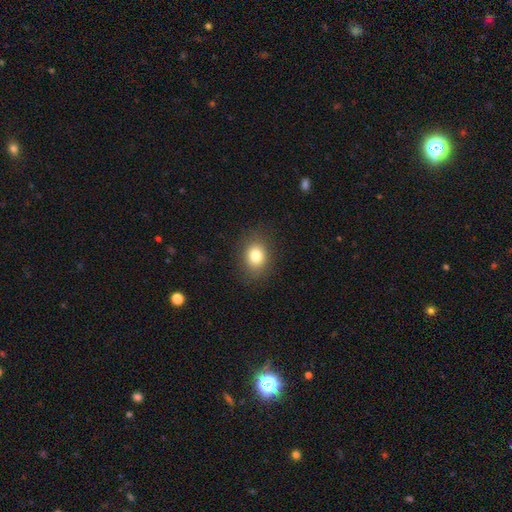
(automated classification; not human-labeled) Overall: smooth (81%). How rounded: in between (51%; round 48%). Merging: none (86%).